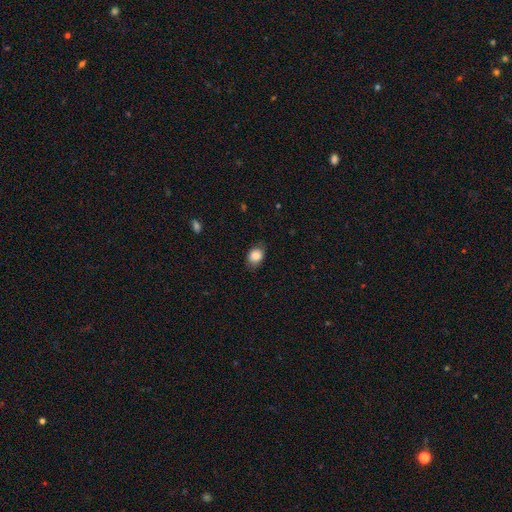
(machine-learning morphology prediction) This is clearly a smooth galaxy (84%). How rounded: possibly in between (57%). Merging: likely none (76%).